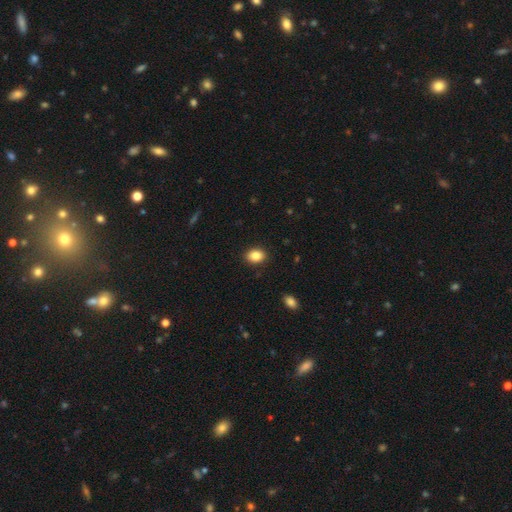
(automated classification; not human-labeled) Smooth or featured? Predicted: smooth (p=0.86). How rounded? Predicted: in between (p=0.68). Merging? Predicted: none (p=0.88).